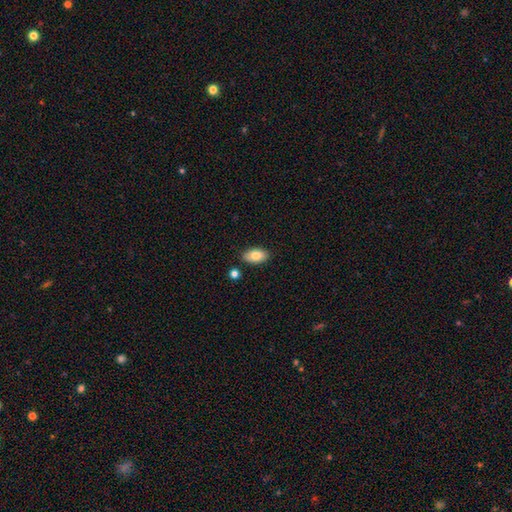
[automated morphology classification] Smooth or featured?
  - smooth: 81% *
  - featured or disk: 12%
  - star or artifact: 7%
How rounded?
  - in between: 93% *
  - round: 4%
  - cigar-shaped: 2%
Merging?
  - none: 85% *
  - minor disturbance: 10%
  - merger: 3%
  - major disturbance: 2%